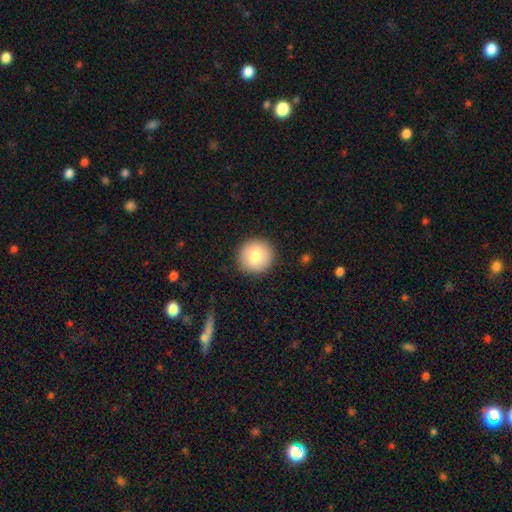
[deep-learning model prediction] The model was most divided on "smooth or featured": smooth: 80%, featured or disk: 12%, star or artifact: 8%. More confident: how rounded — round (94%); merging — none (90%).